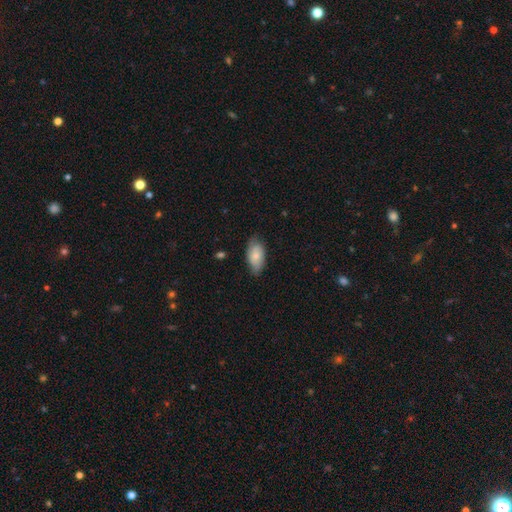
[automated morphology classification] smooth-or-featured: smooth: 75% | featured or disk: 19% | star or artifact: 6%
  how-rounded: in between: 93% | cigar-shaped: 4% | round: 3%
  merging: none: 71% | minor disturbance: 24% | major disturbance: 4% | merger: 1%